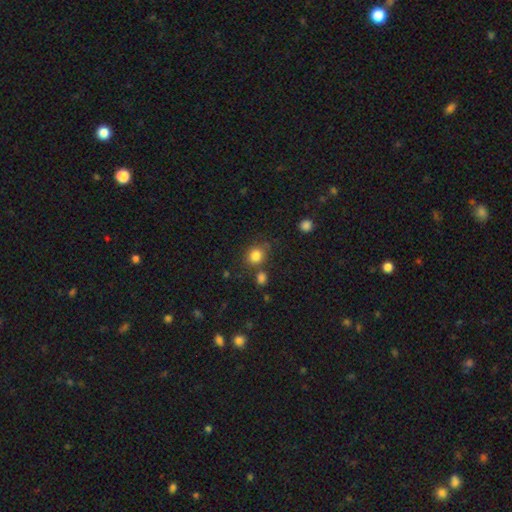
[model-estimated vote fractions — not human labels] smooth 83%, star or artifact 12%, featured or disk 6%. Down the decision tree: how rounded — round (73%); merging — none (68%).